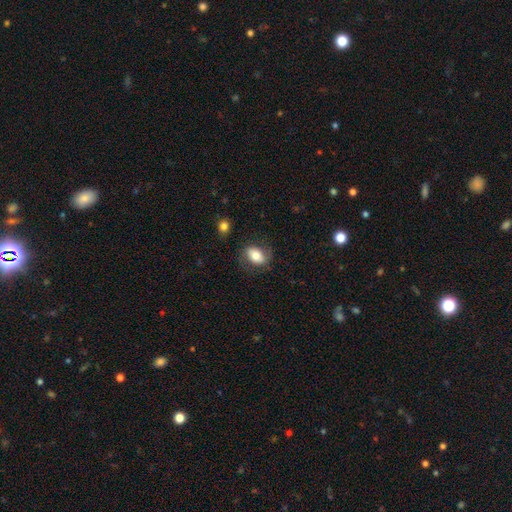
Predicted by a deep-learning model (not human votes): smooth-or-featured: smooth: 72% | featured or disk: 20% | star or artifact: 8%
  how-rounded: in between: 80% | round: 19% | cigar-shaped: 2%
  merging: none: 73% | minor disturbance: 18% | major disturbance: 8% | merger: 2%